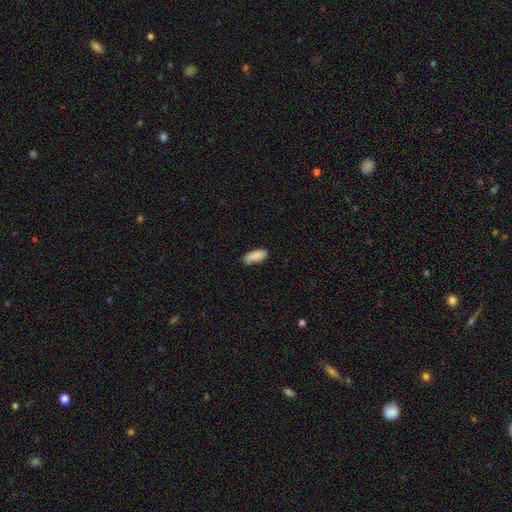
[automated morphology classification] A smooth galaxy with no disk features (89%) that is in between round and cigar-shaped (79%). Merging: none (75%).